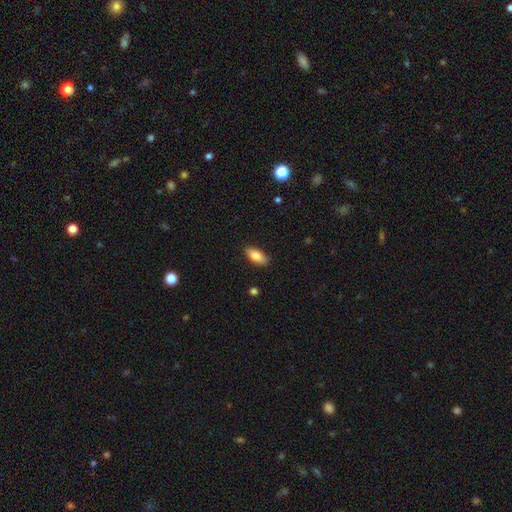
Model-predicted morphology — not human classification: smooth_or_featured: smooth (p=0.81) [alt: featured or disk p=0.12]
how_rounded: in between (p=0.85) [alt: cigar-shaped p=0.12]
merging: none (p=0.88) [alt: minor disturbance p=0.09]